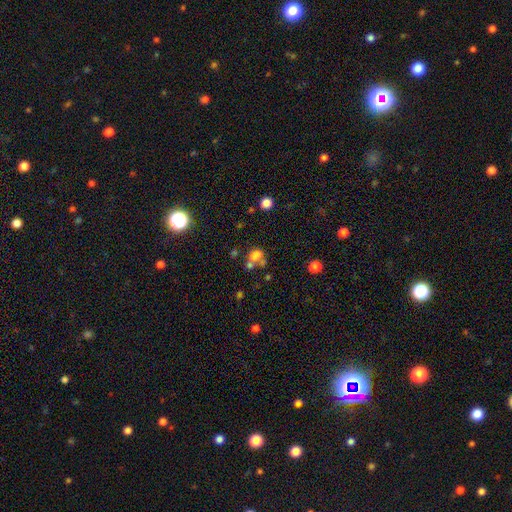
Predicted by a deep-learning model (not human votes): smooth_or_featured: smooth (p=0.68) [alt: star or artifact p=0.18]
how_rounded: round (p=0.55) [alt: in between p=0.44]
merging: merger (p=0.41) [alt: none p=0.37]